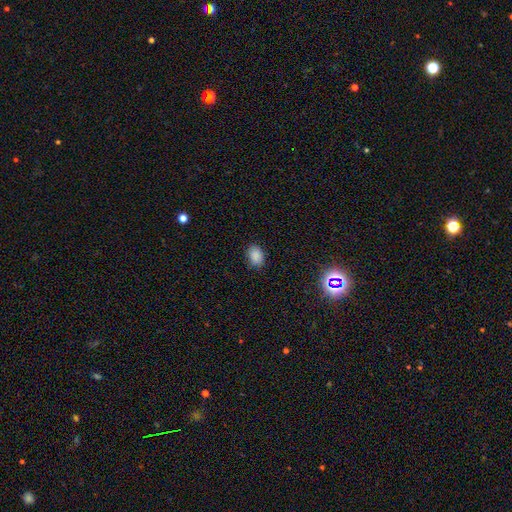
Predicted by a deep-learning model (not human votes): Smooth or featured?
  - smooth: 86% *
  - star or artifact: 11%
  - featured or disk: 3%
How rounded?
  - in between: 74% *
  - round: 25%
  - cigar-shaped: 1%
Merging?
  - none: 85% *
  - minor disturbance: 11%
  - major disturbance: 3%
  - merger: 1%